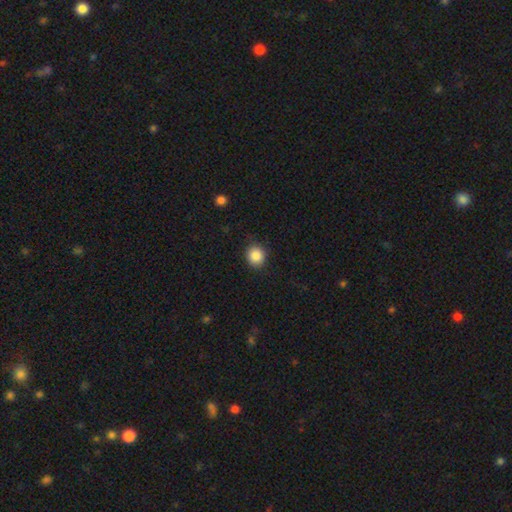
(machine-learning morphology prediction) Smooth or featured? smooth (87%)
How rounded? round (81%)
Merging? none (87%)